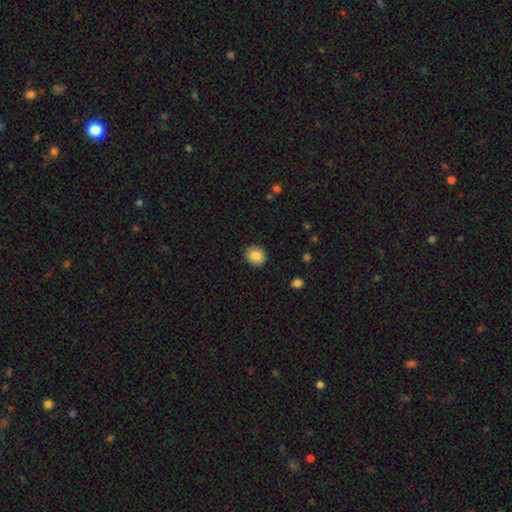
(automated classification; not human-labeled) The model was most divided on "how rounded": round: 67%, in between: 32%, cigar-shaped: 1%. More confident: merging — none (90%); smooth or featured — smooth (86%).